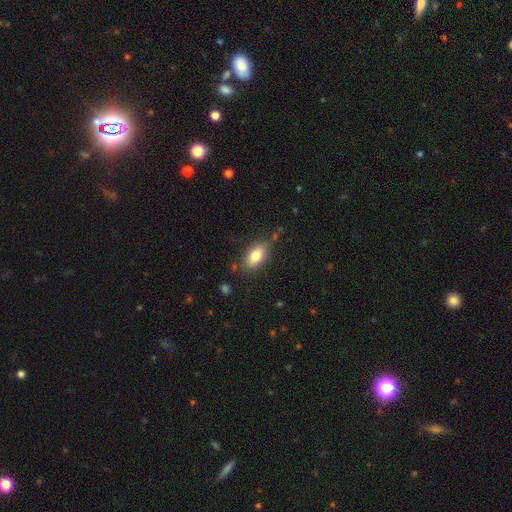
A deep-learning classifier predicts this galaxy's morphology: Smooth or featured? Predicted: smooth (p=0.79). How rounded? Predicted: in between (p=0.89). Merging? Predicted: none (p=0.80).